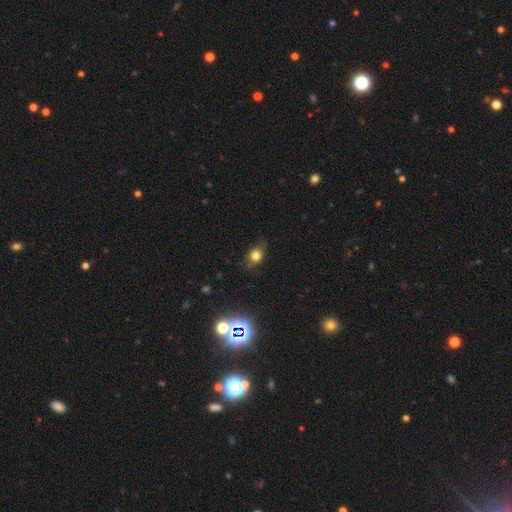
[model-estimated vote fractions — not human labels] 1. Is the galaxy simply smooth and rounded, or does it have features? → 73% smooth, 15% star or artifact, 12% featured or disk.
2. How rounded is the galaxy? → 54% in between, 43% round, 3% cigar-shaped.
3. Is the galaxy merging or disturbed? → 73% none, 21% minor disturbance, 5% major disturbance, 1% merger.